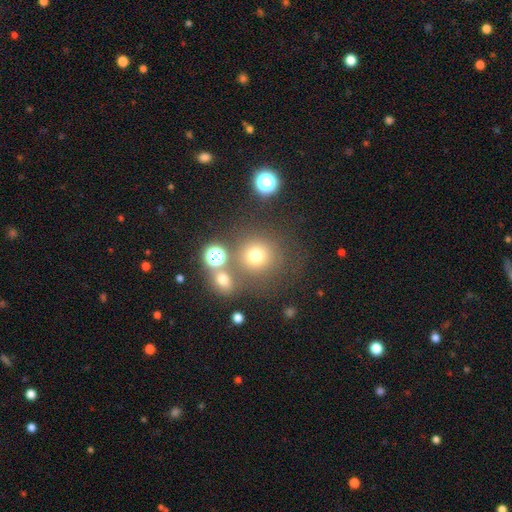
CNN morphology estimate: smooth-or-featured: smooth: 71% | star or artifact: 20% | featured or disk: 10%
  how-rounded: round: 90% | in between: 9% | cigar-shaped: 1%
  merging: none: 67% | merger: 16% | minor disturbance: 10% | major disturbance: 6%